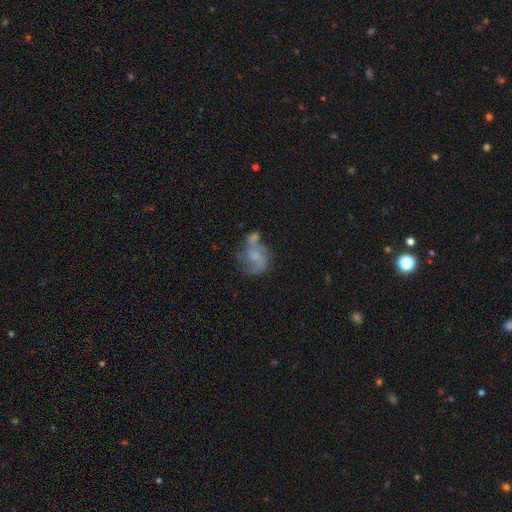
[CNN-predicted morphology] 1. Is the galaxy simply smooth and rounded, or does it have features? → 66% featured or disk, 24% smooth, 10% star or artifact.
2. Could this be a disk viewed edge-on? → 98% no, 2% yes.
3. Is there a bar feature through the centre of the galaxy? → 65% no, 30% weak, 5% strong.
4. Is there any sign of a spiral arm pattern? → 81% yes, 19% no.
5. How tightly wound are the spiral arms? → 48% loose, 39% medium, 12% tight.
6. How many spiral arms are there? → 64% 2, 13% can't tell, 11% 1, 8% 3, 2% 4, 2% more than 4.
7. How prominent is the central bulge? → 42% none, 31% small, 21% moderate, 4% large, 2% dominant.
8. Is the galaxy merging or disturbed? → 35% none, 23% major disturbance, 23% merger, 19% minor disturbance.